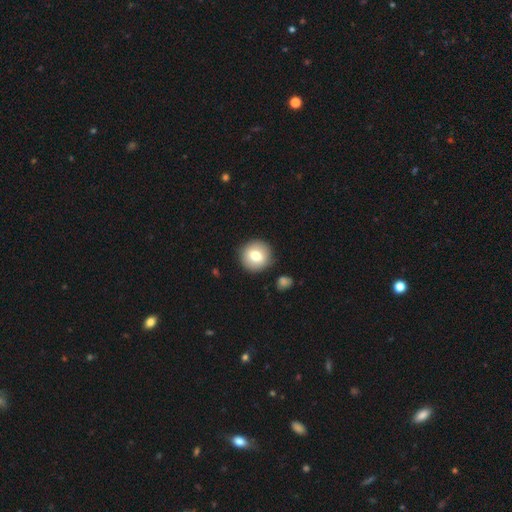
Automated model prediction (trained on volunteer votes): Smooth or featured? smooth (74%)
How rounded? round (92%)
Merging? none (89%)